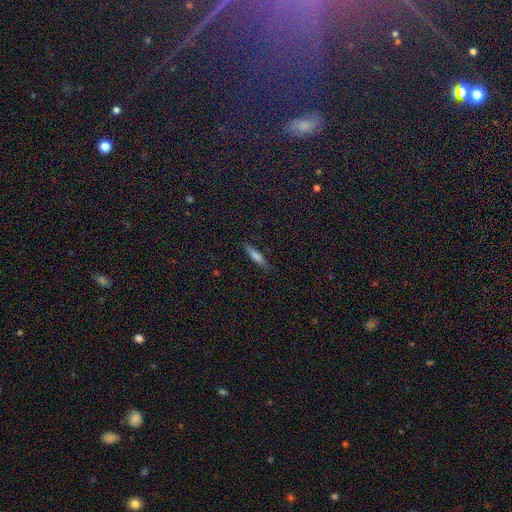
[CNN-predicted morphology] A smooth galaxy with no disk features (65%) that is cigar-shaped (85%).

Vote fractions:
- Smooth or featured? smooth: 65% / featured or disk: 26% / star or artifact: 10%
- How rounded? cigar-shaped: 85% / in between: 13% / round: 2%
- Merging? none: 85% / minor disturbance: 11% / major disturbance: 2% / merger: 1%